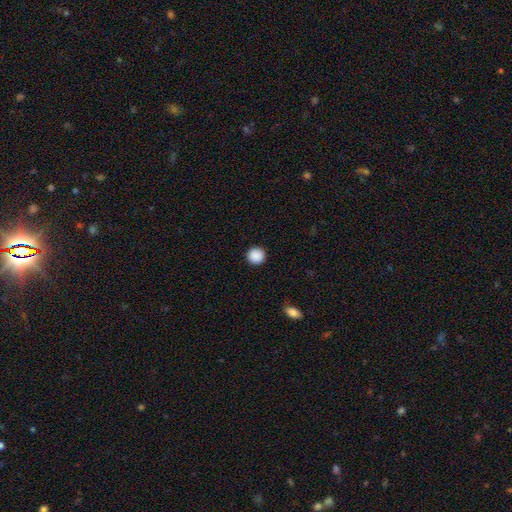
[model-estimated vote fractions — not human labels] This is clearly a smooth galaxy (90%). How rounded: clearly round (95%). Merging: clearly none (93%).